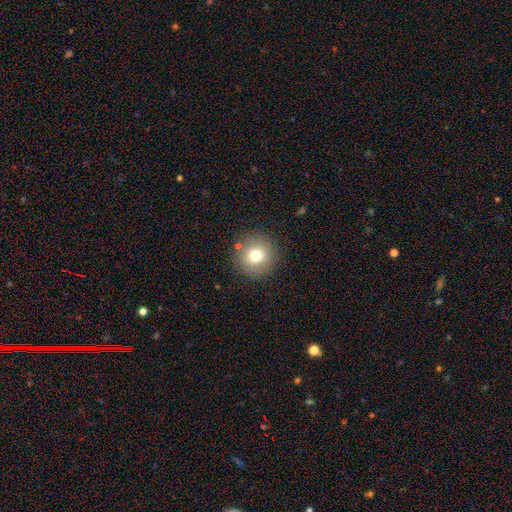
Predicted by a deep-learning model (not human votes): smooth-or-featured: smooth: 75% | featured or disk: 13% | star or artifact: 13%
  how-rounded: round: 95% | in between: 4% | cigar-shaped: 1%
  merging: none: 87% | minor disturbance: 8% | major disturbance: 3% | merger: 2%